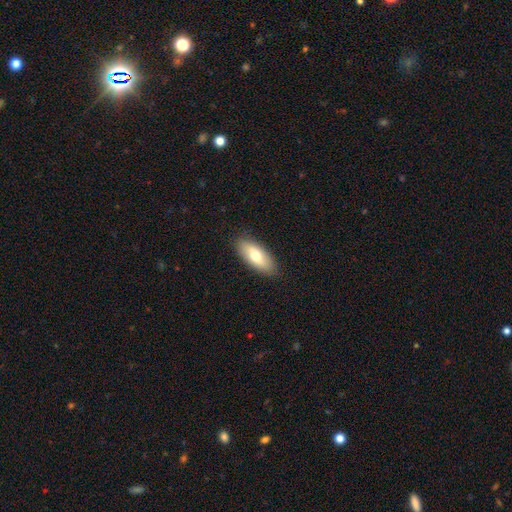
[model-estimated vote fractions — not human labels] smooth-or-featured: smooth: 69% | featured or disk: 25% | star or artifact: 6%
  how-rounded: in between: 82% | cigar-shaped: 16% | round: 3%
  merging: none: 87% | minor disturbance: 10% | major disturbance: 2% | merger: 1%